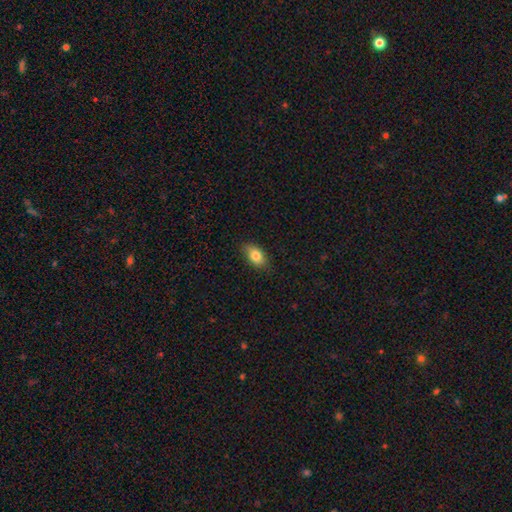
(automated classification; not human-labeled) The model was most divided on "merging": none: 82%, minor disturbance: 15%, major disturbance: 3%, merger: 1%. More confident: how rounded — in between (88%); smooth or featured — smooth (81%).